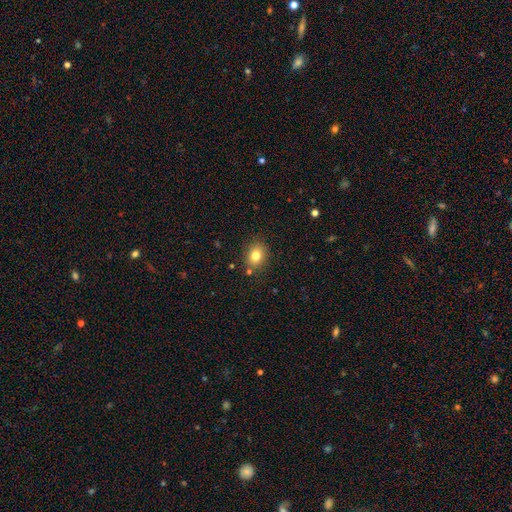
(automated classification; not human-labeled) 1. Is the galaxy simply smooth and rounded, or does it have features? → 80% smooth, 11% star or artifact, 9% featured or disk.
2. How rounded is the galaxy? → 52% round, 47% in between, 1% cigar-shaped.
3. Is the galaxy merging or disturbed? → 84% none, 10% minor disturbance, 3% merger, 3% major disturbance.